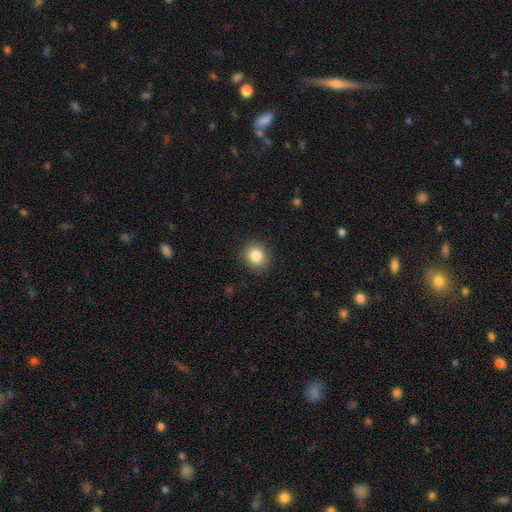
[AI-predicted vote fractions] This appears to be a smooth galaxy with no disk features (85%) that is round (81%). Merging: none (90%).